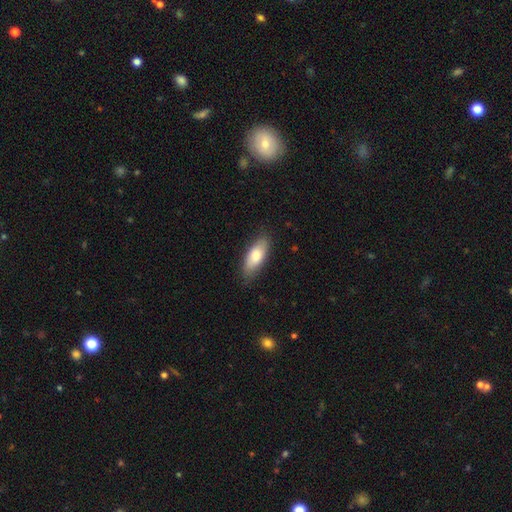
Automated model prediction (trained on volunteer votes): Morphology: type=smooth (79%); roundness=in between (77%); merging=none (82%).